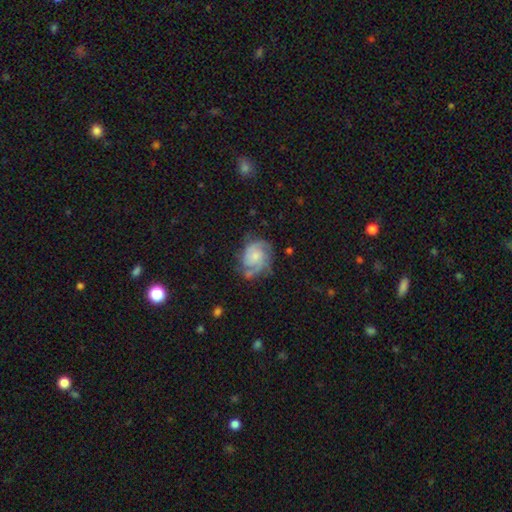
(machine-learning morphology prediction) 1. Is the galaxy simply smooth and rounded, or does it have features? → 80% featured or disk, 14% smooth, 6% star or artifact.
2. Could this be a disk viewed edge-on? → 98% no, 2% yes.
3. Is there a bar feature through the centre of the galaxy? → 70% no, 26% weak, 4% strong.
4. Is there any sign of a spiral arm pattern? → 96% yes, 4% no.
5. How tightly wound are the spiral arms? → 50% tight, 40% medium, 10% loose.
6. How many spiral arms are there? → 34% 3, 32% 2, 17% can't tell, 7% 4, 5% 1, 4% more than 4.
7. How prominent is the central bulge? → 52% small, 28% moderate, 13% none, 4% large, 1% dominant.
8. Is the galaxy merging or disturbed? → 64% none, 23% minor disturbance, 11% major disturbance, 2% merger.